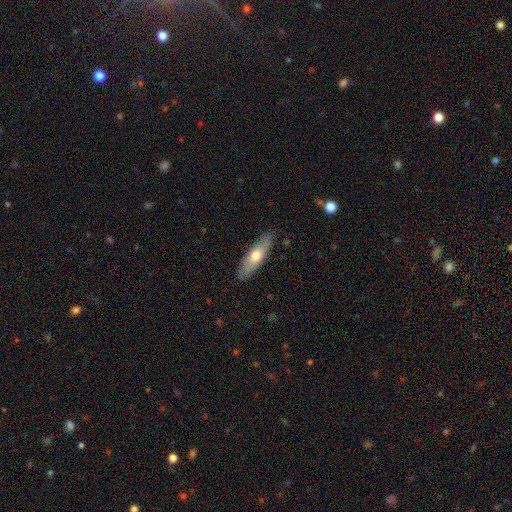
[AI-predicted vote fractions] This is possibly a smooth galaxy (53%). How rounded: possibly cigar-shaped (58%). Merging: clearly none (84%).